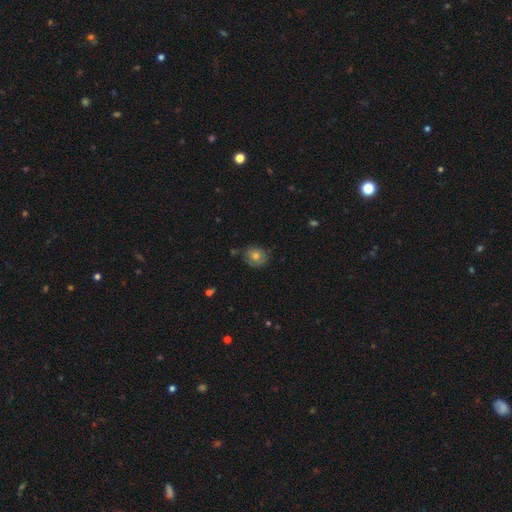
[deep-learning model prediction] Morphology: type=smooth (60%); roundness=round (63%); merging=none (68%).